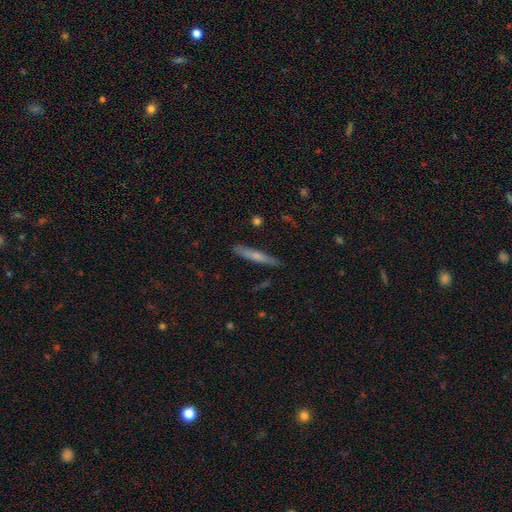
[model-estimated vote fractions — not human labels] Smooth or featured? smooth (56%)
How rounded? cigar-shaped (94%)
Merging? none (86%)